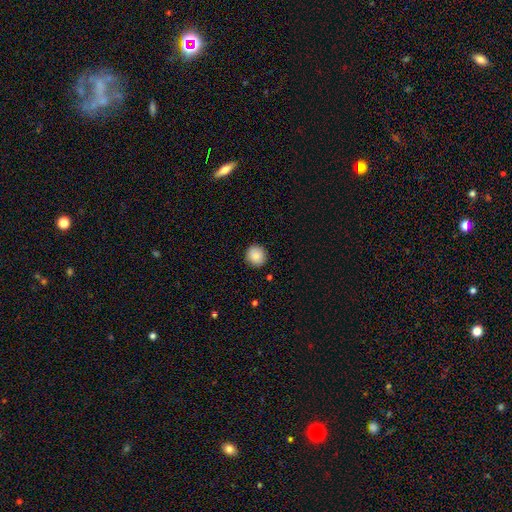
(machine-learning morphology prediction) Smooth or featured? smooth (88%)
How rounded? round (89%)
Merging? none (90%)